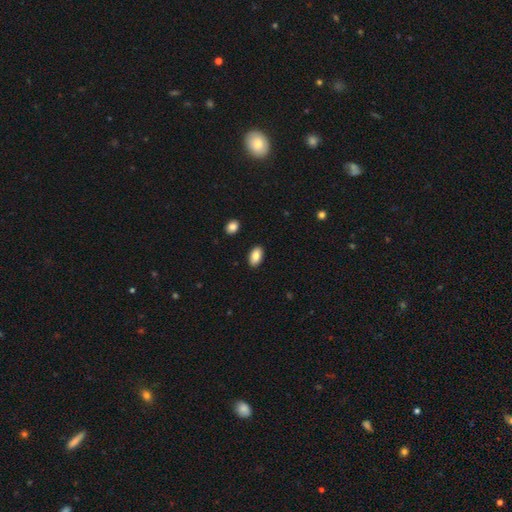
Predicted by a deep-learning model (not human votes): Smooth or featured: smooth — 84% (featured or disk — 9%)
How rounded: in between — 93% (round — 5%)
Merging: none — 89% (minor disturbance — 8%)